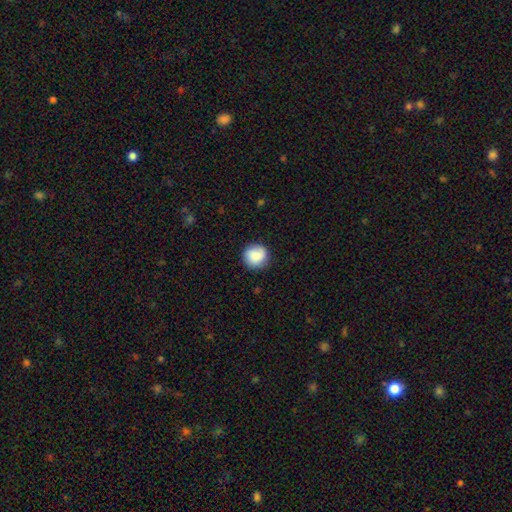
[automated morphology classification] This appears to be a smooth galaxy with no disk features (85%) that is round (90%). Merging: none (85%).